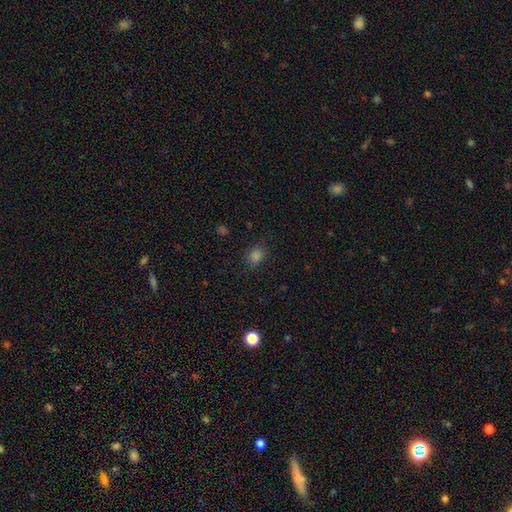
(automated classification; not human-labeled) Morphology: type=smooth (77%); roundness=round (65%); merging=none (86%).